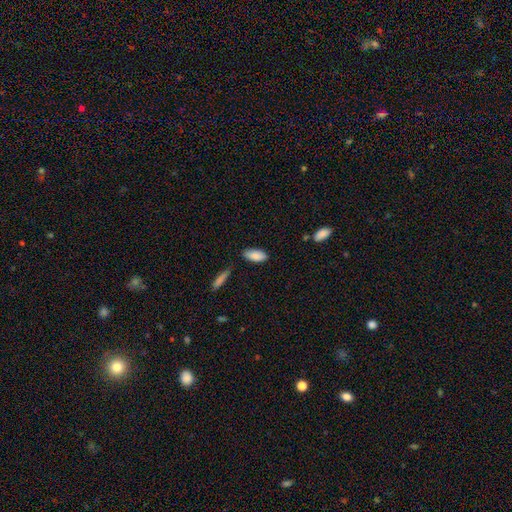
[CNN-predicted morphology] smooth_or_featured: smooth (p=0.87) [alt: featured or disk p=0.07]
how_rounded: in between (p=0.87) [alt: cigar-shaped p=0.11]
merging: none (p=0.80) [alt: minor disturbance p=0.14]